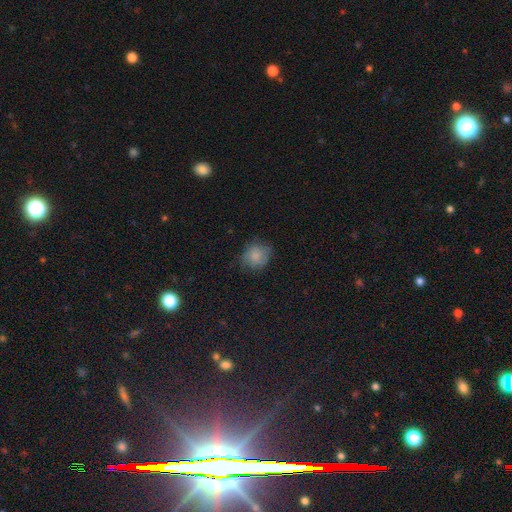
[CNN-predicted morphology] A smooth galaxy with no disk features (79%) that is round (77%). Merging: none (69%).